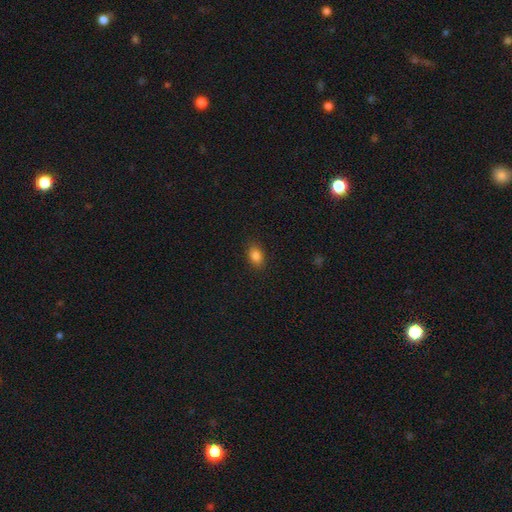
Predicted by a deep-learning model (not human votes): Smooth or featured?
  - smooth: 84% *
  - star or artifact: 10%
  - featured or disk: 6%
How rounded?
  - in between: 80% *
  - round: 18%
  - cigar-shaped: 2%
Merging?
  - none: 88% *
  - minor disturbance: 9%
  - major disturbance: 2%
  - merger: 1%